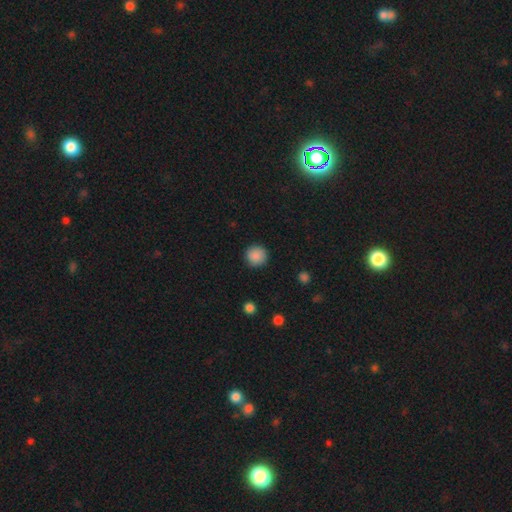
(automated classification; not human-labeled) Overall: smooth (89%). How rounded: round (94%). Merging: none (90%).